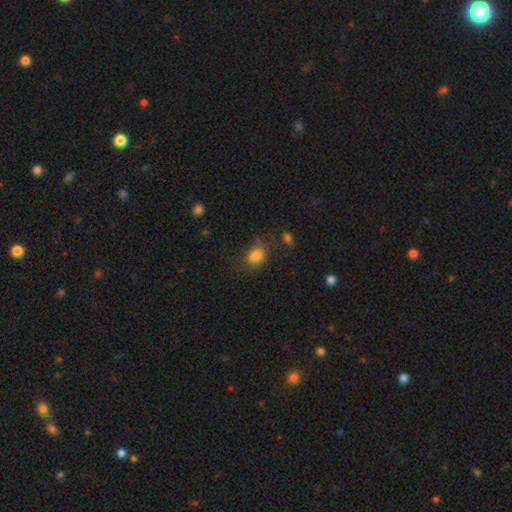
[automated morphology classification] Smooth or featured? smooth (81%)
How rounded? in between (56%)
Merging? none (59%)